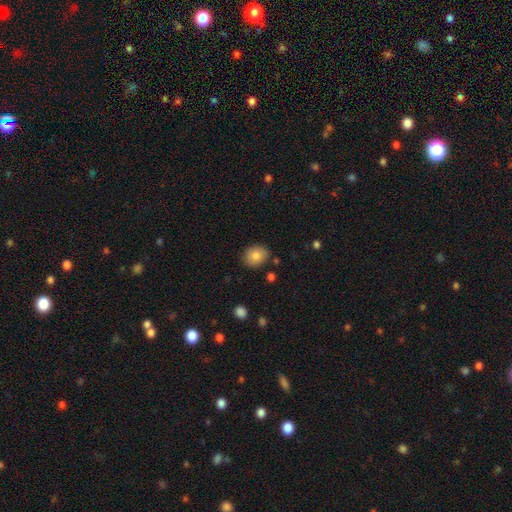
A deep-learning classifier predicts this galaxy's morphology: This is clearly a smooth galaxy (83%). How rounded: likely round (60%). Merging: clearly none (83%).